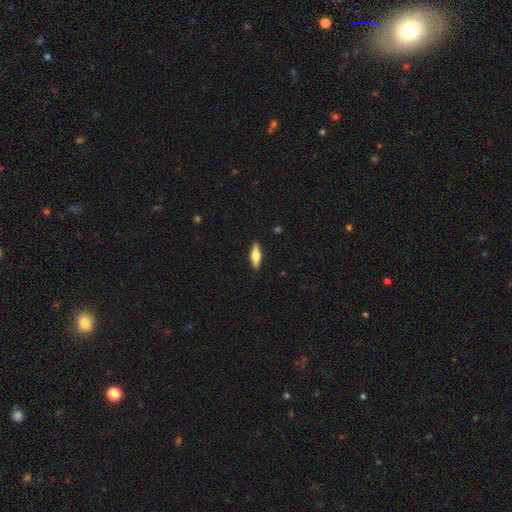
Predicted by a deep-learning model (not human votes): Morphology: type=smooth (54%); roundness=cigar-shaped (51%); merging=none (90%).